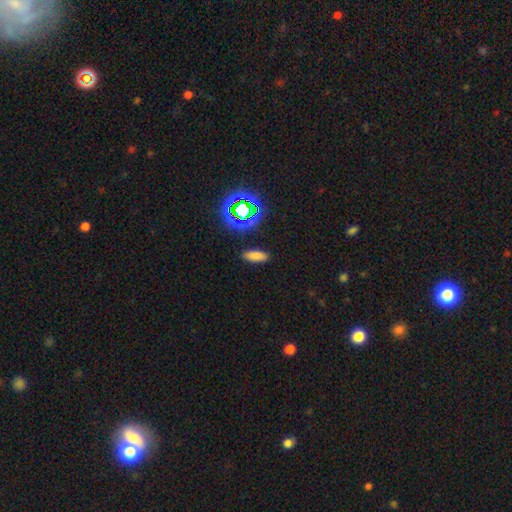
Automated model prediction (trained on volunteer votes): Smooth or featured? smooth (75%)
How rounded? in between (65%)
Merging? none (88%)